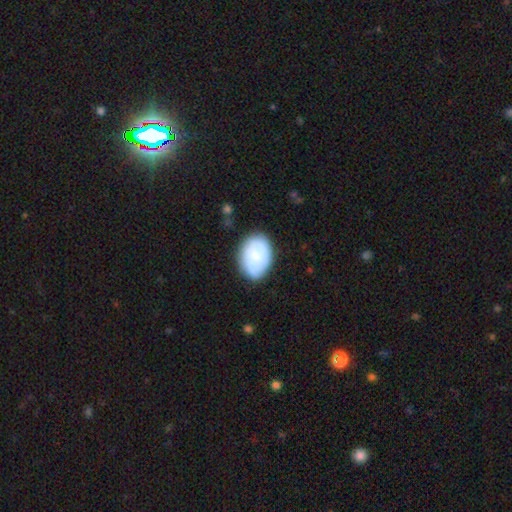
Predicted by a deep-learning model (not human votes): smooth_or_featured: smooth (p=0.64) [alt: featured or disk p=0.29]
how_rounded: in between (p=0.78) [alt: round p=0.21]
merging: none (p=0.73) [alt: minor disturbance p=0.19]